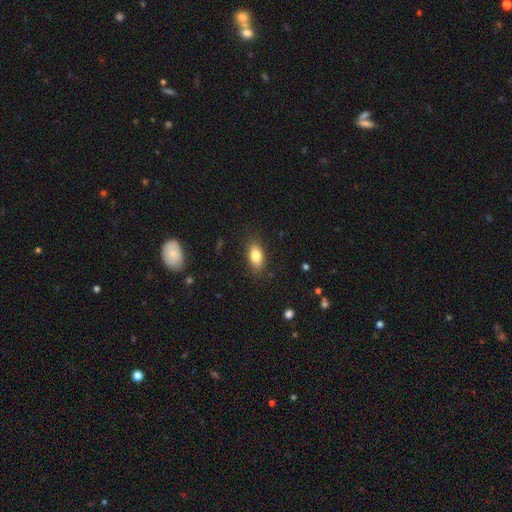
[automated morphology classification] smooth_or_featured: smooth (p=0.83) [alt: featured or disk p=0.09]
how_rounded: in between (p=0.87) [alt: round p=0.07]
merging: none (p=0.84) [alt: minor disturbance p=0.12]